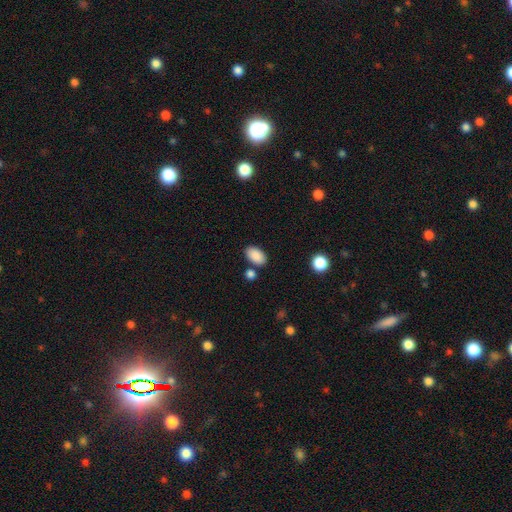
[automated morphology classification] smooth-or-featured: smooth: 89% | star or artifact: 7% | featured or disk: 4%
  how-rounded: in between: 92% | round: 6% | cigar-shaped: 1%
  merging: none: 78% | minor disturbance: 11% | merger: 8% | major disturbance: 3%